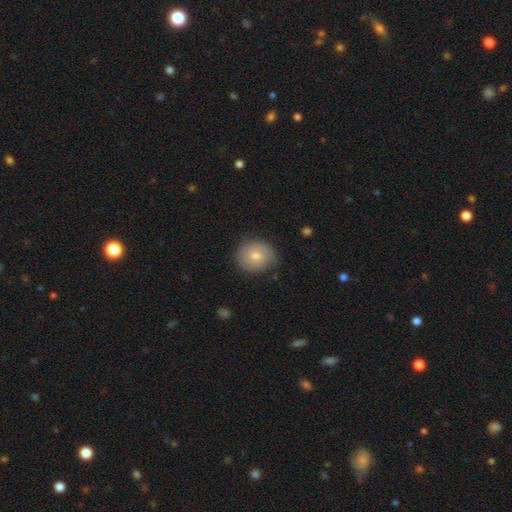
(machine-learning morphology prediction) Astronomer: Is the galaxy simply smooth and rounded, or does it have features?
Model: smooth — 72%.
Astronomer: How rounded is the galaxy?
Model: round — 76%.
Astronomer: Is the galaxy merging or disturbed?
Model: none — 75%.